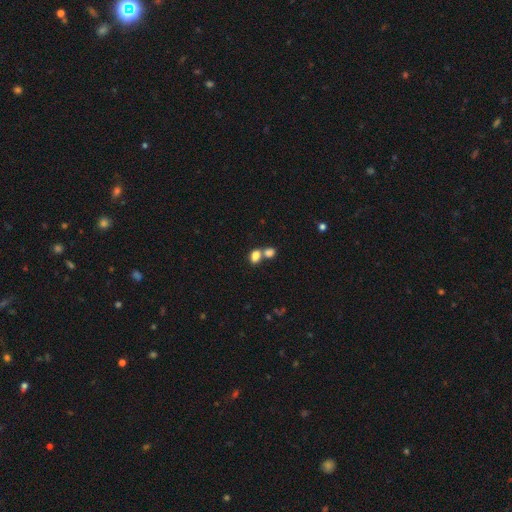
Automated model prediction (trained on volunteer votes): The model was most divided on "merging": merger: 54%, none: 35%, minor disturbance: 8%, major disturbance: 4%. More confident: smooth or featured — smooth (82%); how rounded — in between (73%).